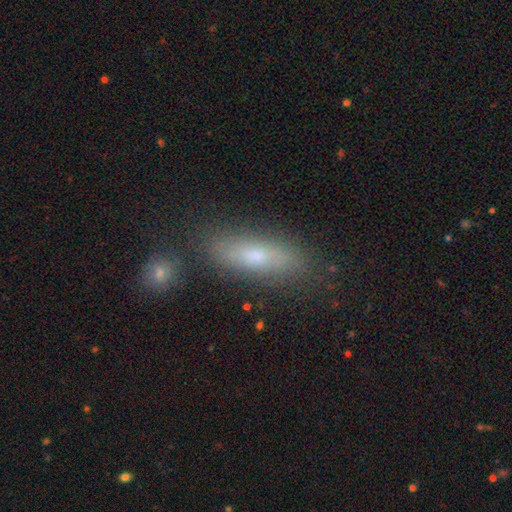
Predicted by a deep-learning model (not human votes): This is likely a smooth galaxy (62%). How rounded: possibly cigar-shaped (50%). Merging: likely none (78%).